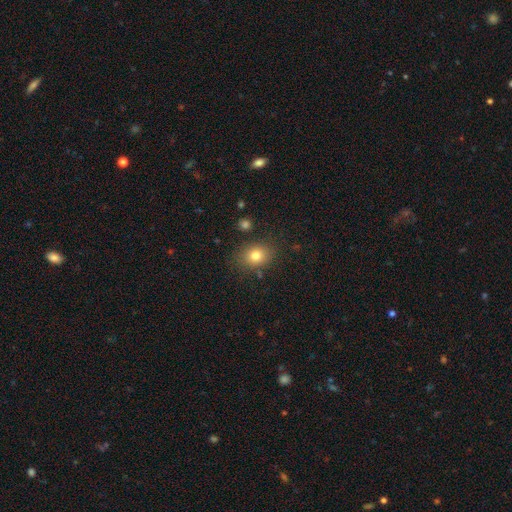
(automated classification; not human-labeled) Smooth or featured: smooth — 78% (star or artifact — 12%)
How rounded: round — 50% (in between — 49%)
Merging: none — 82% (minor disturbance — 12%)